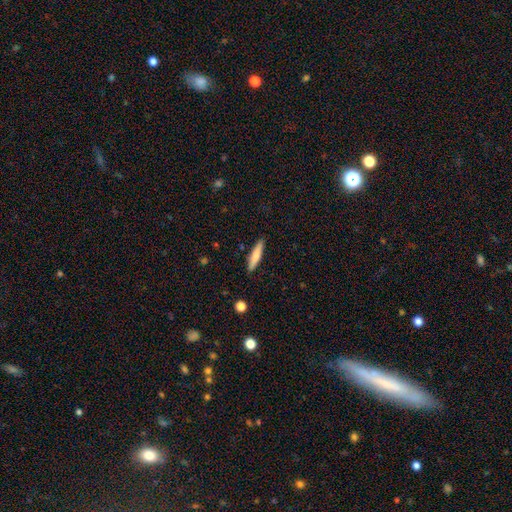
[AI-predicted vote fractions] This appears to be a smooth galaxy with no disk features (71%) that is cigar-shaped (86%). Merging: none (89%).